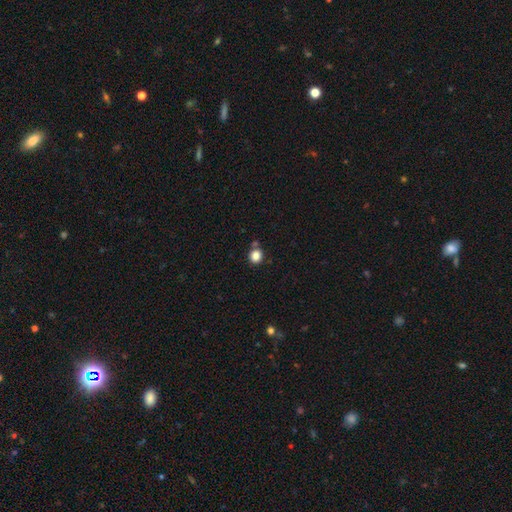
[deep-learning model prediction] Smooth or featured?
  - smooth: 84% *
  - star or artifact: 11%
  - featured or disk: 4%
How rounded?
  - round: 82% *
  - in between: 18%
  - cigar-shaped: 1%
Merging?
  - none: 75% *
  - merger: 12%
  - minor disturbance: 10%
  - major disturbance: 3%